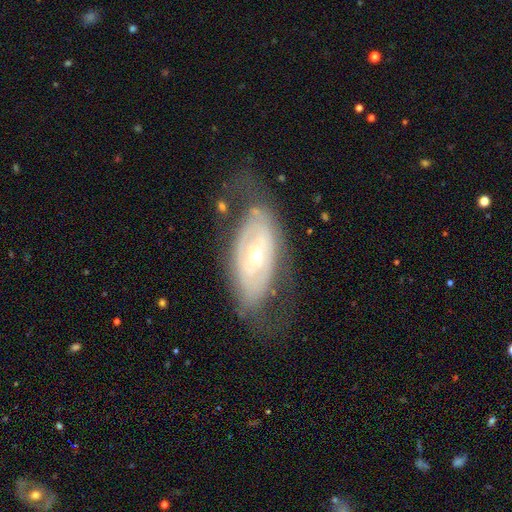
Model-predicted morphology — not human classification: Smooth or featured?
  - featured or disk: 73% *
  - smooth: 20%
  - star or artifact: 7%
Edge-on disk?
  - no: 89% *
  - yes: 11%
Bar?
  - no: 76% *
  - weak: 17%
  - strong: 7%
Spiral arms?
  - yes: 53% *
  - no: 47%
Bulge size?
  - small: 53% *
  - moderate: 43%
  - large: 2%
  - dominant: 1%
  - none: 1%
Merging?
  - none: 59% *
  - minor disturbance: 21%
  - major disturbance: 17%
  - merger: 2%